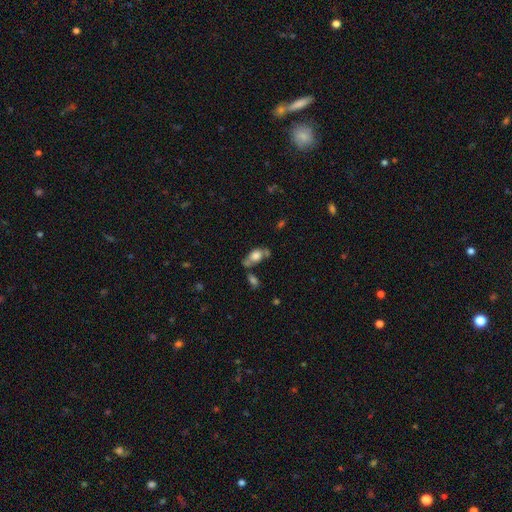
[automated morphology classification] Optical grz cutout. It shows a smooth galaxy with no disk features (65%) that is in between round and cigar-shaped (79%). Merging: none (42%).